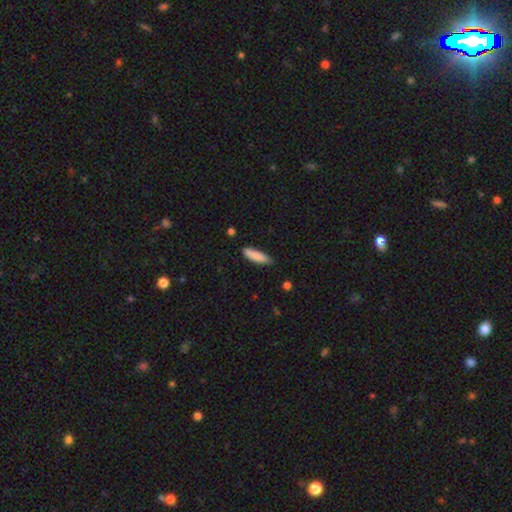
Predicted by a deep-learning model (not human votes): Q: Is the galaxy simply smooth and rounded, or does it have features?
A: smooth — 85%.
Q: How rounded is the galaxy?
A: cigar-shaped — 66%.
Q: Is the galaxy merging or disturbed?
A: none — 82%.